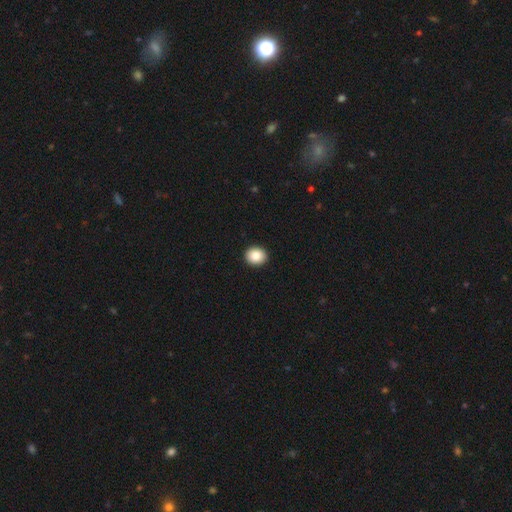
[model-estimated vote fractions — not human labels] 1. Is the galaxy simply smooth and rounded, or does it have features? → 85% smooth, 9% star or artifact, 6% featured or disk.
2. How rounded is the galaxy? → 75% round, 24% in between, 1% cigar-shaped.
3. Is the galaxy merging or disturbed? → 93% none, 5% minor disturbance, 1% major disturbance, 1% merger.